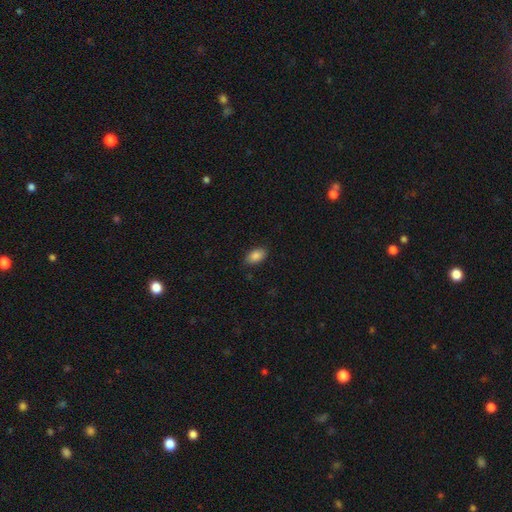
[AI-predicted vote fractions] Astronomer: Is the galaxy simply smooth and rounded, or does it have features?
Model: smooth — 87%.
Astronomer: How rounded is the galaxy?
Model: in between — 92%.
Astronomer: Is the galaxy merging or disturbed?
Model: none — 85%.